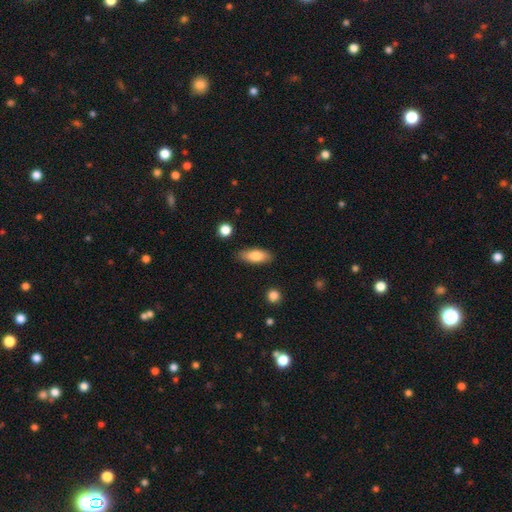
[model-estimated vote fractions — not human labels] Smooth or featured: smooth — 80% (featured or disk — 14%)
How rounded: in between — 75% (cigar-shaped — 22%)
Merging: none — 85% (minor disturbance — 11%)